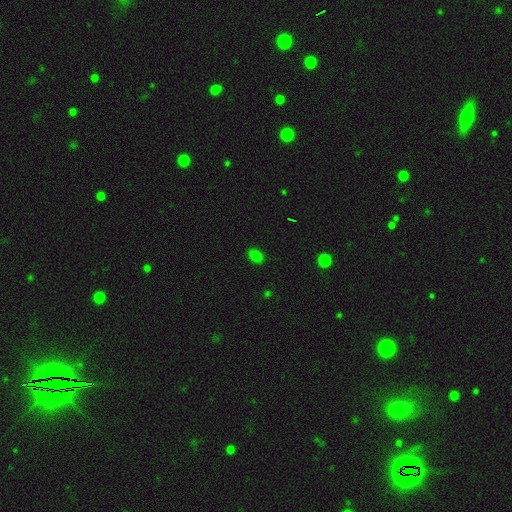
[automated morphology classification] A smooth galaxy with no disk features (78%) that is in between round and cigar-shaped (76%).

Vote fractions:
- Smooth or featured? smooth: 78% / star or artifact: 18% / featured or disk: 4%
- How rounded? in between: 76% / round: 23% / cigar-shaped: 1%
- Merging? none: 86% / minor disturbance: 10% / major disturbance: 2% / merger: 1%